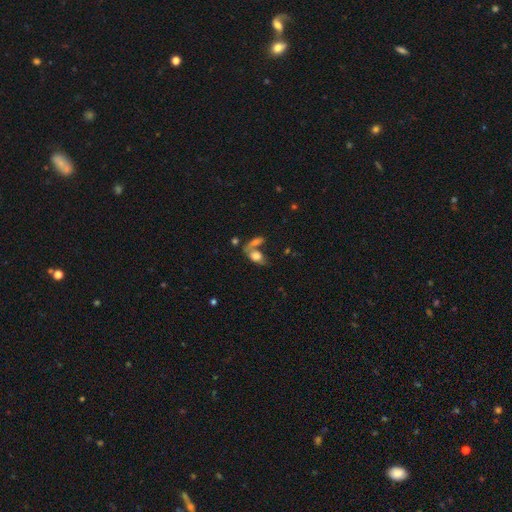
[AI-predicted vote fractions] Smooth or featured: smooth — 70% (featured or disk — 19%)
How rounded: in between — 83% (round — 12%)
Merging: merger — 48% (none — 30%)